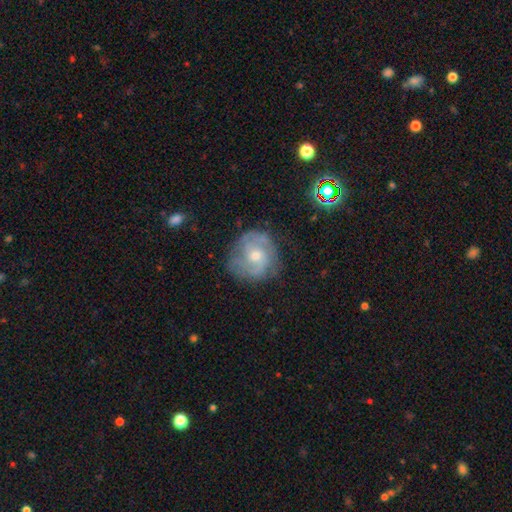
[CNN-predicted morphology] Q: Smooth or featured?
A: featured or disk (71%); runner-up: smooth (20%)
Q: Edge-on disk?
A: no (97%); runner-up: yes (3%)
Q: Bar?
A: no (64%); runner-up: weak (31%)
Q: Spiral arms?
A: yes (89%); runner-up: no (11%)
Q: Spiral winding?
A: tight (45%); runner-up: medium (41%)
Q: Spiral arm count?
A: 2 (44%); runner-up: can't tell (27%)
Q: Bulge size?
A: moderate (56%); runner-up: small (40%)
Q: Merging?
A: none (72%); runner-up: minor disturbance (19%)